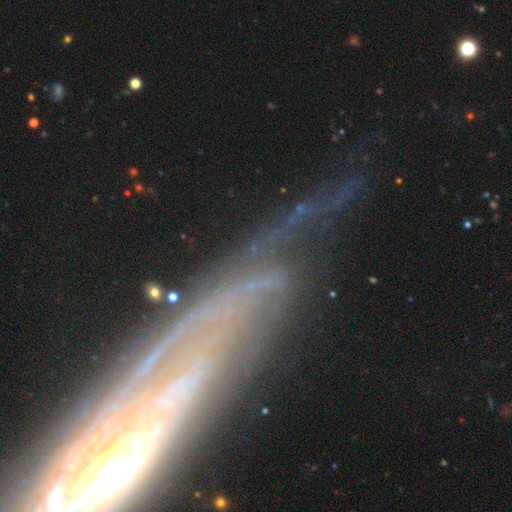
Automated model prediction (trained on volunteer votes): smooth_or_featured: featured or disk (p=0.74) [alt: star or artifact p=0.15]
disk_edge_on: no (p=0.60) [alt: yes p=0.40]
merging: none (p=0.66) [alt: minor disturbance p=0.17]